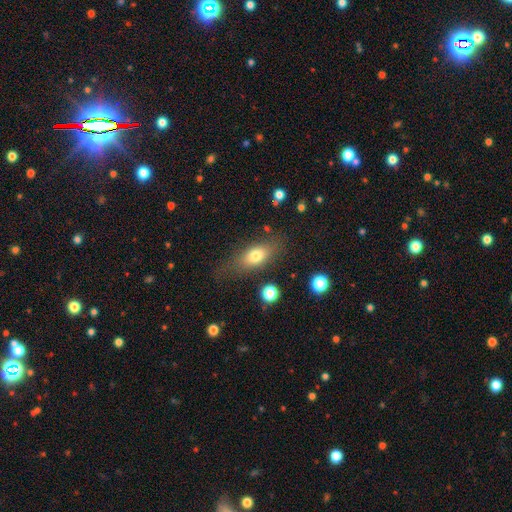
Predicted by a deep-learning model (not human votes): Q: Smooth or featured?
A: smooth (73%); runner-up: featured or disk (18%)
Q: How rounded?
A: in between (76%); runner-up: cigar-shaped (16%)
Q: Merging?
A: none (68%); runner-up: minor disturbance (19%)